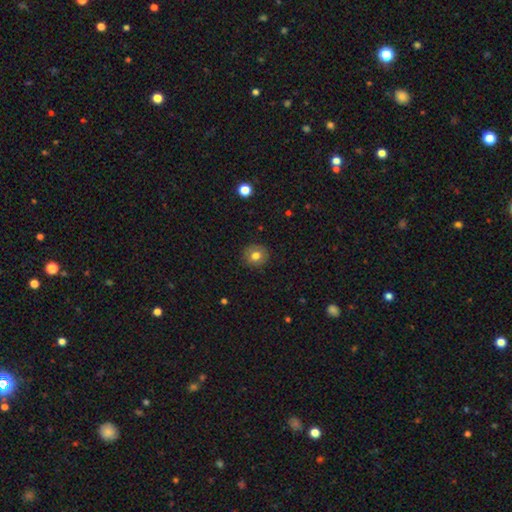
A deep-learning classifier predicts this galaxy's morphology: Smooth or featured?
  - smooth: 75% *
  - featured or disk: 14%
  - star or artifact: 10%
How rounded?
  - round: 88% *
  - in between: 11%
  - cigar-shaped: 1%
Merging?
  - none: 88% *
  - minor disturbance: 8%
  - major disturbance: 2%
  - merger: 1%